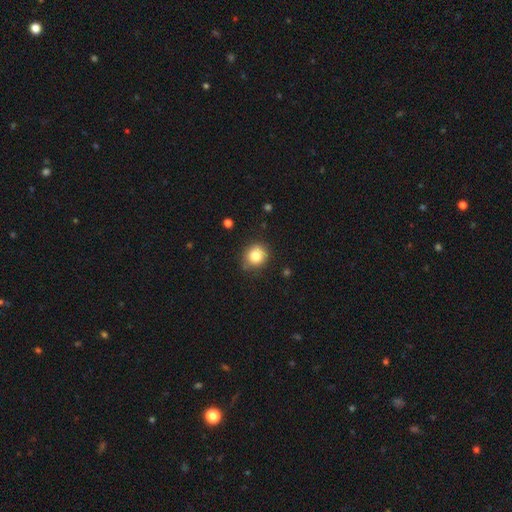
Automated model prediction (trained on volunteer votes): This appears to be a smooth galaxy with no disk features (82%) that is round (87%). Merging: none (84%).